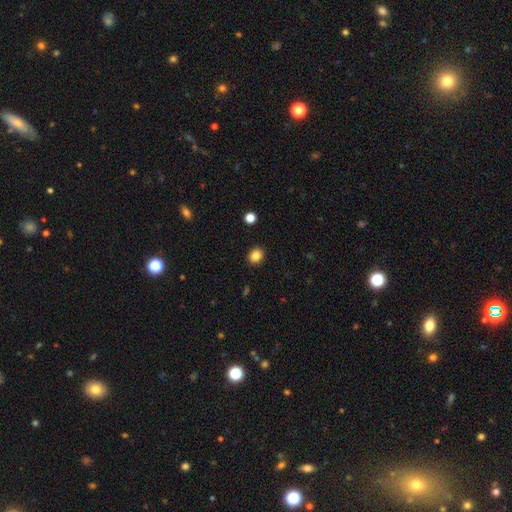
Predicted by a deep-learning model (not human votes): Smooth or featured?
  - smooth: 84% *
  - star or artifact: 11%
  - featured or disk: 5%
How rounded?
  - round: 64% *
  - in between: 35%
  - cigar-shaped: 1%
Merging?
  - none: 91% *
  - minor disturbance: 6%
  - major disturbance: 2%
  - merger: 1%